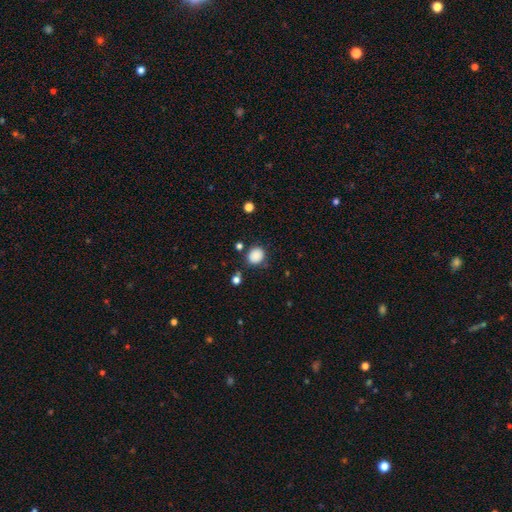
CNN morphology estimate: smooth-or-featured: smooth: 86% | star or artifact: 10% | featured or disk: 4%
  how-rounded: round: 70% | in between: 29% | cigar-shaped: 1%
  merging: none: 79% | minor disturbance: 13% | merger: 4% | major disturbance: 4%